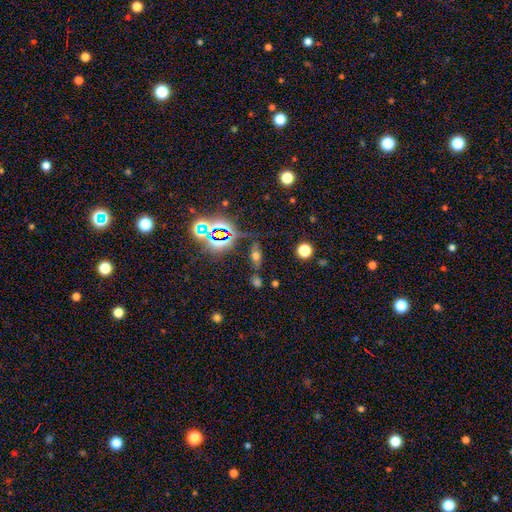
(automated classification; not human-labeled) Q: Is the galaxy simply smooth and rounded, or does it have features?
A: smooth — 49%.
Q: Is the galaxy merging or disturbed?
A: none — 69%.